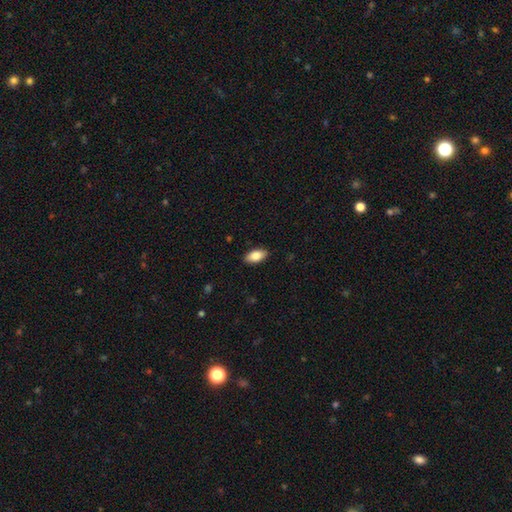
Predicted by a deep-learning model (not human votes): Smooth or featured: smooth — 84% (featured or disk — 9%)
How rounded: in between — 92% (cigar-shaped — 5%)
Merging: none — 89% (minor disturbance — 8%)